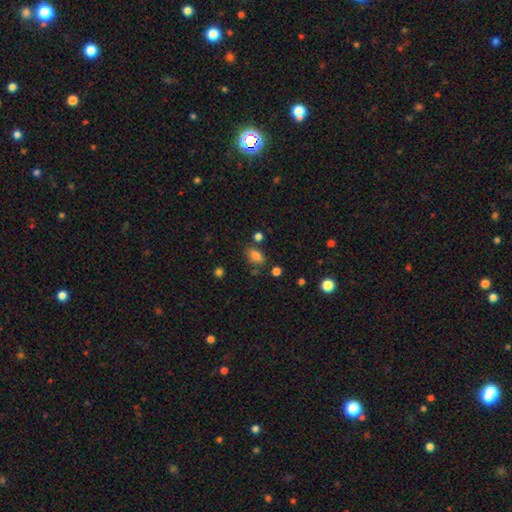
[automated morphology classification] Smooth or featured: smooth — 82% (star or artifact — 12%)
How rounded: in between — 86% (round — 11%)
Merging: none — 72% (minor disturbance — 15%)